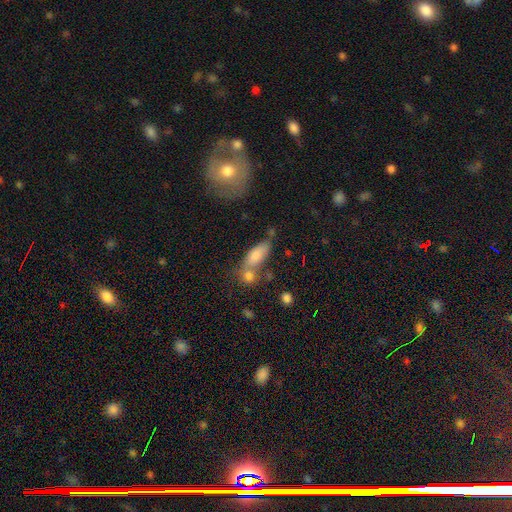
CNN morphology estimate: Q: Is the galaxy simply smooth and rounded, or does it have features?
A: smooth — 75%.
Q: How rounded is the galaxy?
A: in between — 72%.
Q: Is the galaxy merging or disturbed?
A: none — 44%.